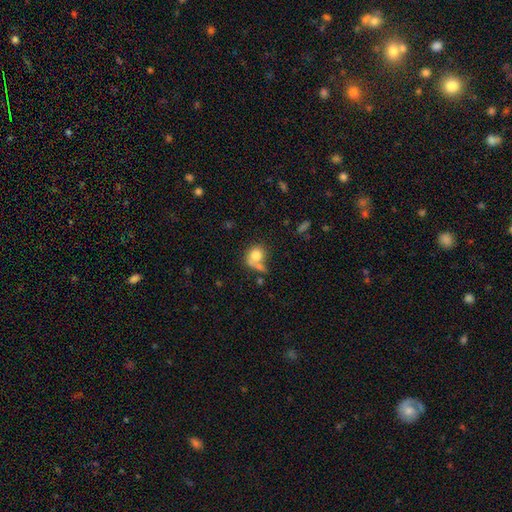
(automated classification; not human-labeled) smooth 76%, featured or disk 15%, star or artifact 9%. Down the decision tree: how rounded — round (69%); merging — none (38%).